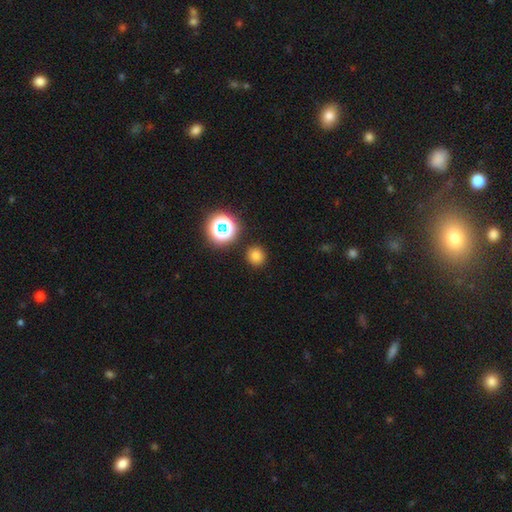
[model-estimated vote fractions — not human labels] Smooth or featured?
  - smooth: 76% *
  - star or artifact: 18%
  - featured or disk: 5%
How rounded?
  - round: 91% *
  - in between: 8%
  - cigar-shaped: 1%
Merging?
  - none: 90% *
  - minor disturbance: 6%
  - major disturbance: 2%
  - merger: 2%